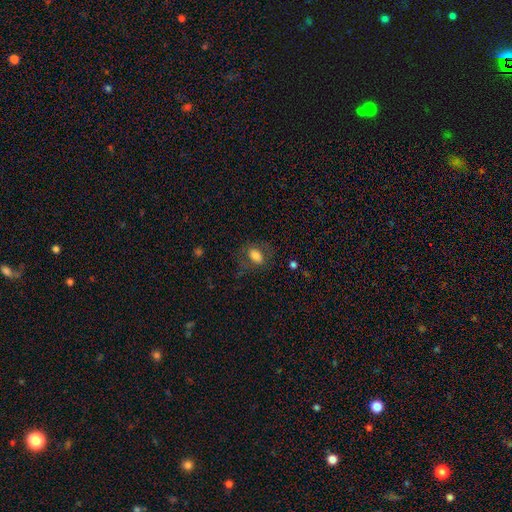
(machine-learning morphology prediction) The model was most divided on "merging": none: 69%, minor disturbance: 17%, major disturbance: 12%, merger: 2%. More confident: how rounded — in between (84%); smooth or featured — smooth (75%).